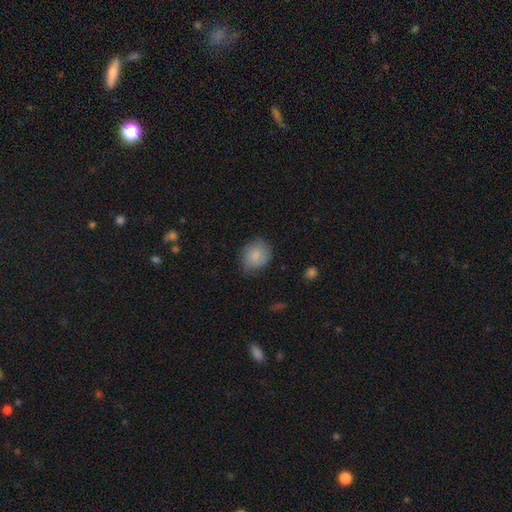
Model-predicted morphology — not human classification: Smooth or featured? Predicted: smooth (p=0.83). How rounded? Predicted: round (p=0.64). Merging? Predicted: none (p=0.68).